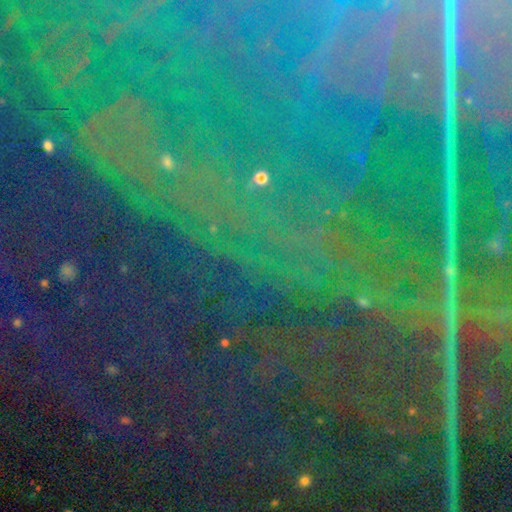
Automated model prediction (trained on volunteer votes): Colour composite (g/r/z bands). It shows a star or artifact, not a galaxy (85%).